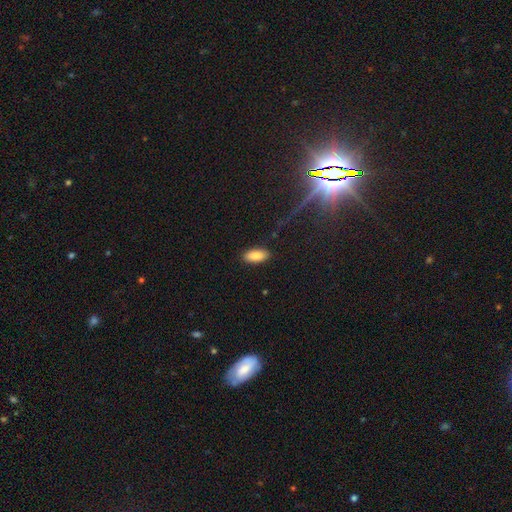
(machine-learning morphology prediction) Smooth or featured?
  - smooth: 87% *
  - star or artifact: 7%
  - featured or disk: 6%
How rounded?
  - in between: 88% *
  - cigar-shaped: 10%
  - round: 2%
Merging?
  - none: 87% *
  - minor disturbance: 9%
  - major disturbance: 2%
  - merger: 1%